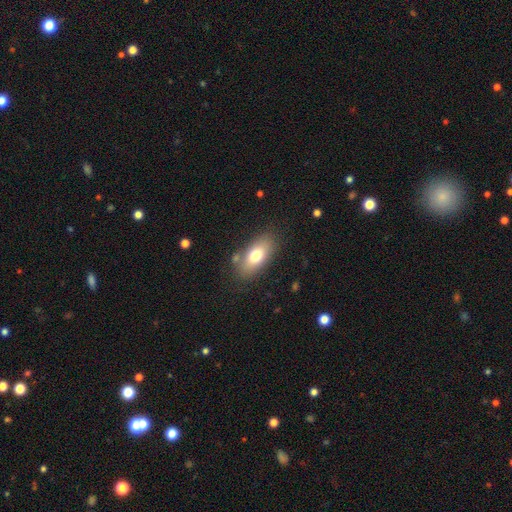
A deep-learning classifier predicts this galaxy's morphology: The model was most divided on "smooth or featured": smooth: 74%, featured or disk: 18%, star or artifact: 8%. More confident: how rounded — in between (88%); merging — none (78%).